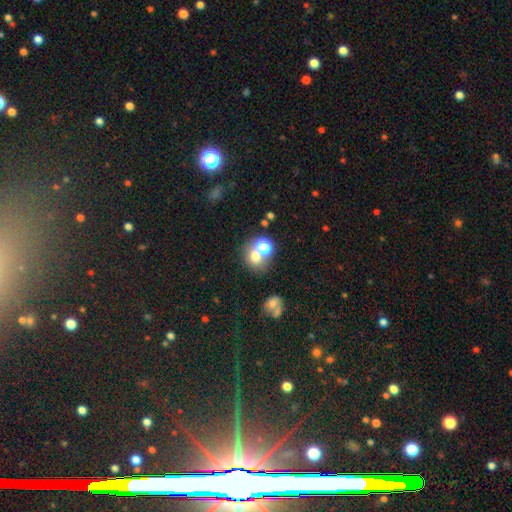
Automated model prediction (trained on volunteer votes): Smooth or featured? smooth (66%)
How rounded? round (71%)
Merging? merger (44%)